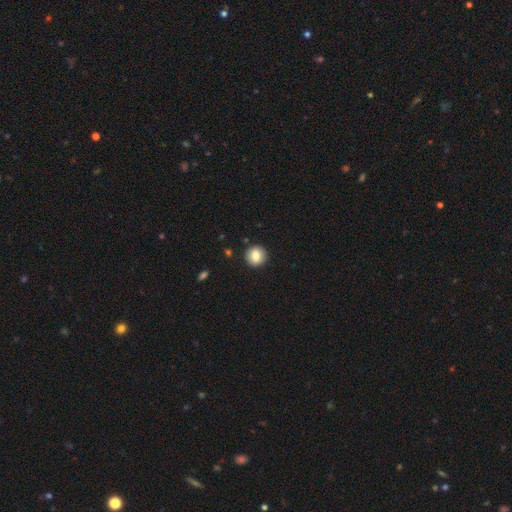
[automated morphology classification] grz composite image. It shows a smooth galaxy with no disk features (82%) that is round (92%). Merging: none (91%).